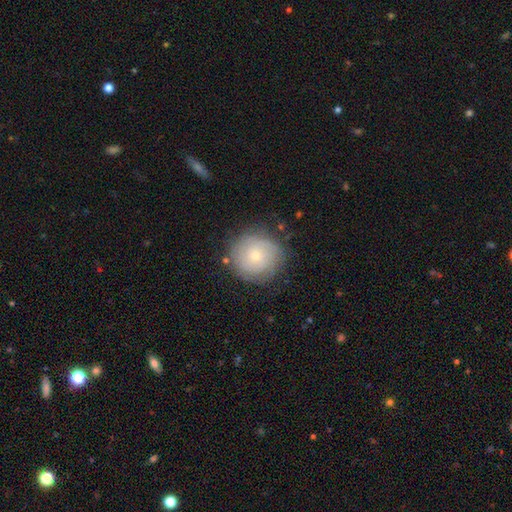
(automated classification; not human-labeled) smooth_or_featured: featured or disk (p=0.56) [alt: smooth p=0.36]
disk_edge_on: no (p=0.98) [alt: yes p=0.02]
bar: no (p=0.80) [alt: weak p=0.18]
has_spiral_arms: yes (p=0.86) [alt: no p=0.14]
bulge_size: small (p=0.69) [alt: moderate p=0.27]
merging: none (p=0.80) [alt: minor disturbance p=0.14]